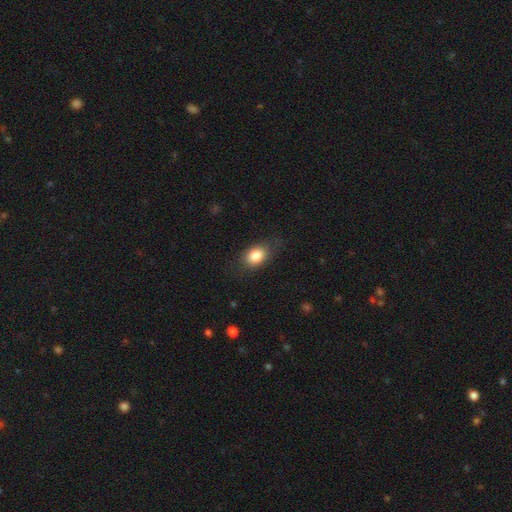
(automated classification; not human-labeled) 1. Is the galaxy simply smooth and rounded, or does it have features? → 83% smooth, 9% featured or disk, 8% star or artifact.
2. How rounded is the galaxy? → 73% in between, 25% round, 2% cigar-shaped.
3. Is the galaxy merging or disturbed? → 76% none, 17% minor disturbance, 6% major disturbance, 1% merger.